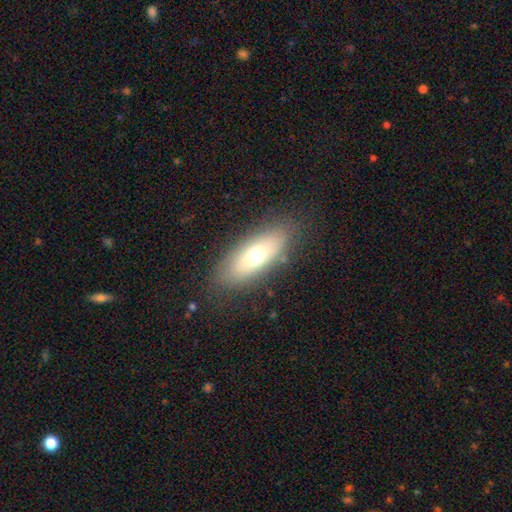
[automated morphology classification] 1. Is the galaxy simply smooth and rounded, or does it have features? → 64% smooth, 28% featured or disk, 8% star or artifact.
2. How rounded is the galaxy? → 74% in between, 23% cigar-shaped, 3% round.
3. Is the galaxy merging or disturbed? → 82% none, 12% minor disturbance, 4% major disturbance, 1% merger.